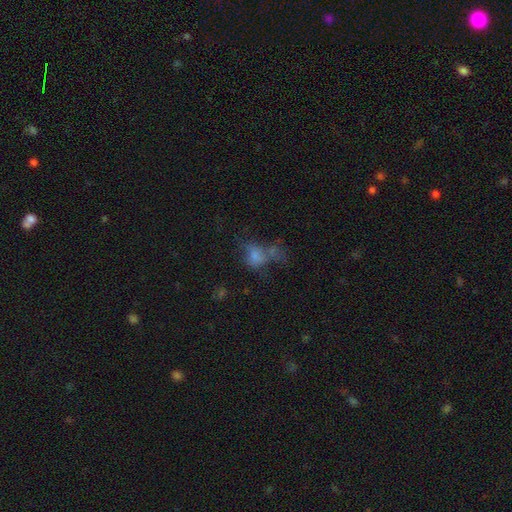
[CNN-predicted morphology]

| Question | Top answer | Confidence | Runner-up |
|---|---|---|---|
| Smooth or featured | smooth | 58% | featured or disk (23%) |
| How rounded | in between | 58% | round (39%) |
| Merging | merger | 30% | none (27%) |